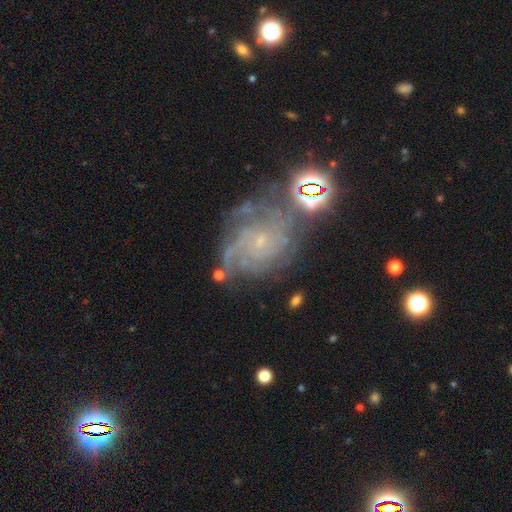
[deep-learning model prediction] featured or disk 75%, star or artifact 15%, smooth 9%. Down the decision tree: edge-on disk — no (97%); bar — no (77%); spiral arms — yes (94%); spiral arm count — can't tell (34%); spiral winding — tight (64%); bulge size — small (84%); merging — none (62%).